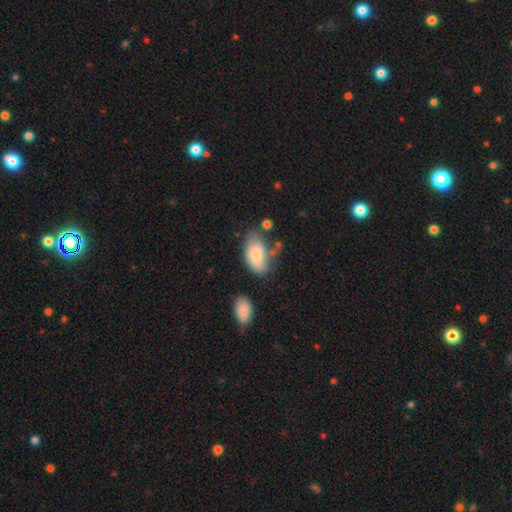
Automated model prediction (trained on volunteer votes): Smooth or featured: smooth — 68% (featured or disk — 25%)
How rounded: in between — 93% (round — 4%)
Merging: none — 42% (minor disturbance — 32%)